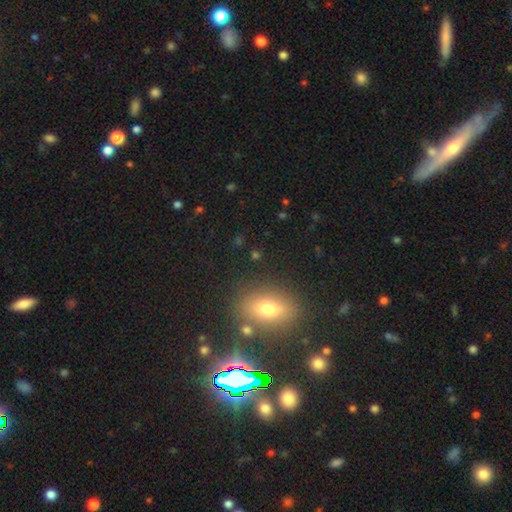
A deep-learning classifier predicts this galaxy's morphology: type=smooth (53%); roundness=in between (62%); merging=none (81%).